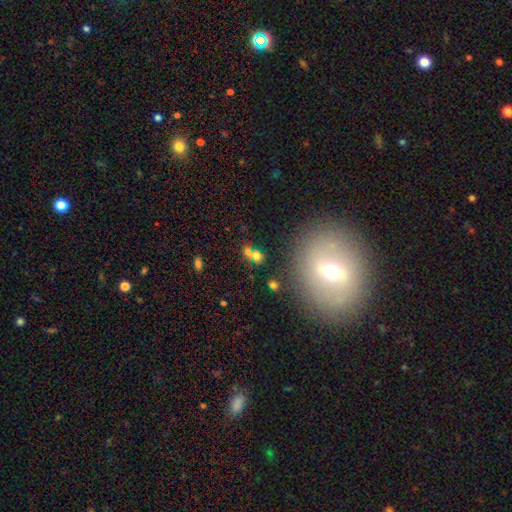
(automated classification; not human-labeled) A smooth galaxy with no disk features (63%) that is round (63%). Merging: none (52%).